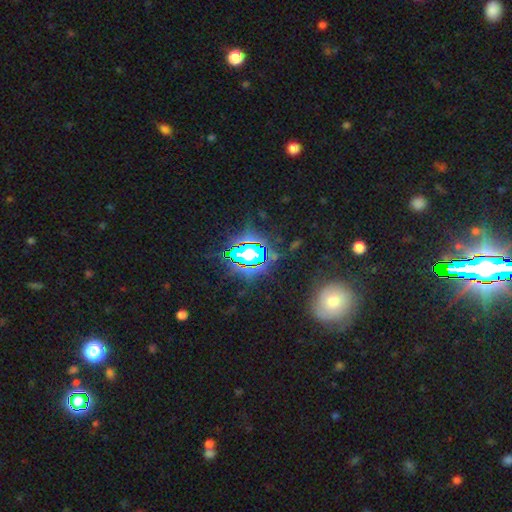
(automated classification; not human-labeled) Smooth or featured? Predicted: star or artifact (p=0.75).